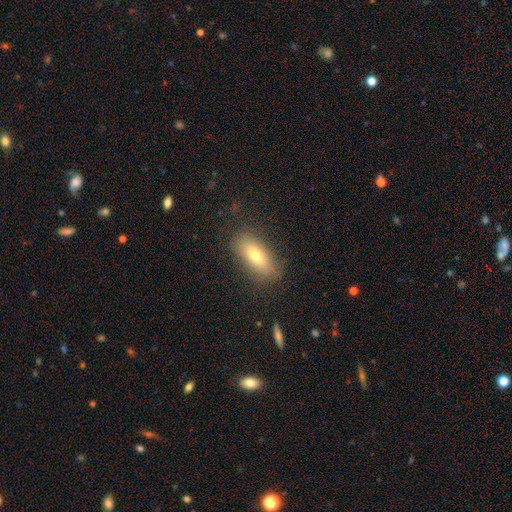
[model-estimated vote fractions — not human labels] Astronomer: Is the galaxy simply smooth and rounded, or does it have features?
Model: smooth — 71%.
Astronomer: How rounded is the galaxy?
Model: in between — 77%.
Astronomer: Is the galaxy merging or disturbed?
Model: none — 82%.